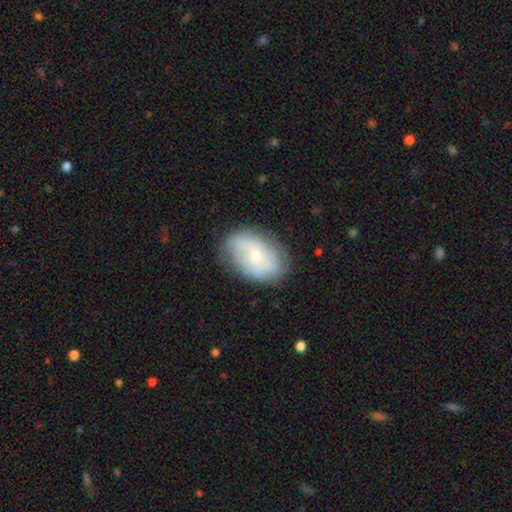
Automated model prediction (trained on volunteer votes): Smooth or featured? Predicted: featured or disk (p=0.55). Edge-on disk? Predicted: no (p=0.95). Bar? Predicted: no (p=0.70). Spiral arms? Predicted: yes (p=0.71). Bulge size? Predicted: small (p=0.69). Merging? Predicted: none (p=0.72).